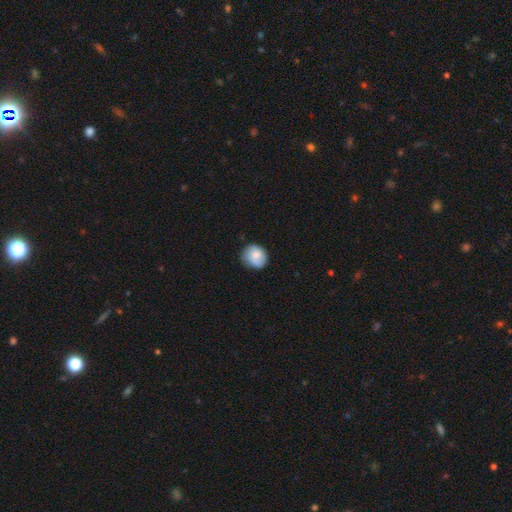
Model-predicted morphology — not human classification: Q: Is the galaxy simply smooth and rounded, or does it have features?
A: smooth — 73%.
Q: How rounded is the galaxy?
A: round — 76%.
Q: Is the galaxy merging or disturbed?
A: none — 66%.